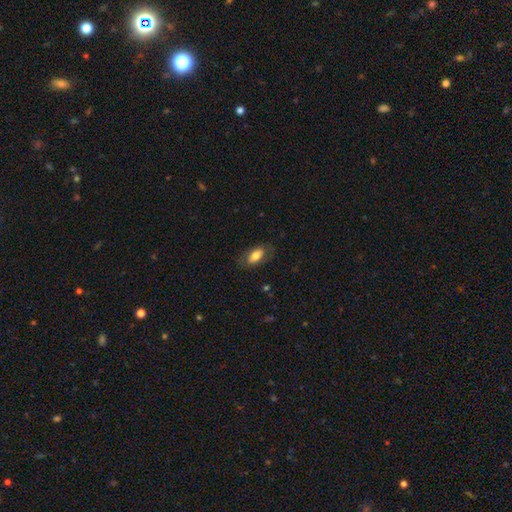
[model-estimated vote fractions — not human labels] A smooth galaxy with no disk features (73%) that is in between round and cigar-shaped (90%). Merging: none (77%).